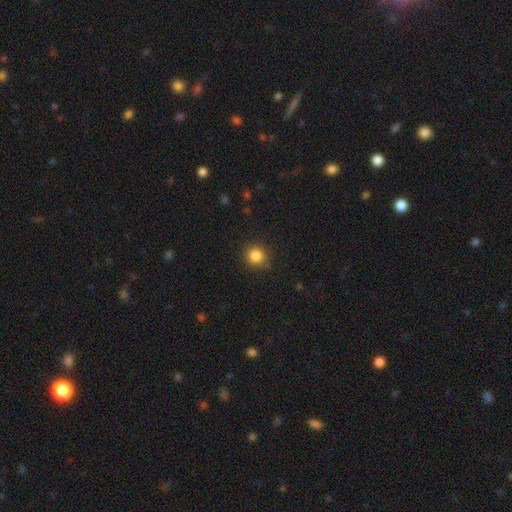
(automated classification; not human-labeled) The model was most divided on "merging": none: 84%, minor disturbance: 12%, major disturbance: 3%, merger: 1%. More confident: how rounded — round (89%); smooth or featured — smooth (84%).